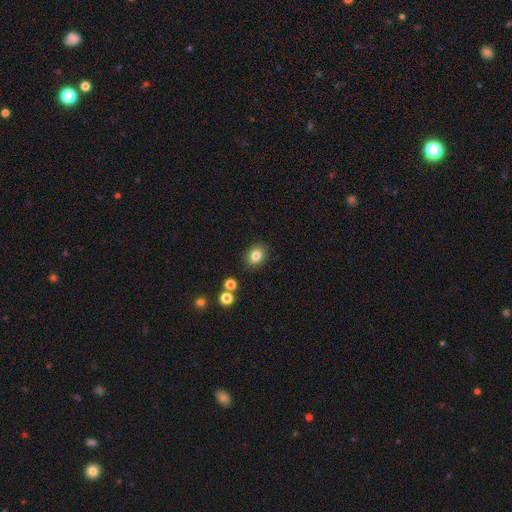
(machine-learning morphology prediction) Smooth or featured? Predicted: smooth (p=0.82). How rounded? Predicted: in between (p=0.59). Merging? Predicted: none (p=0.87).